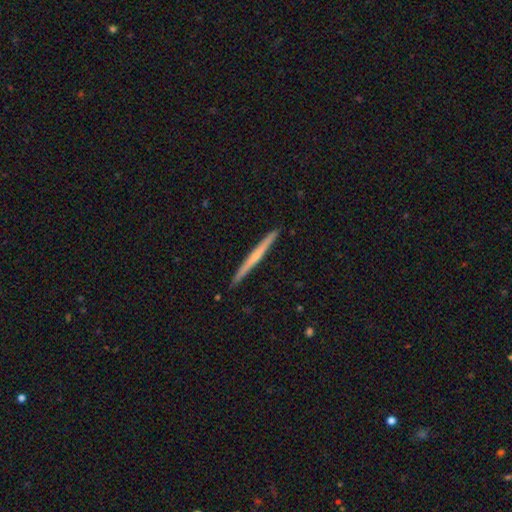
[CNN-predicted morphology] This is possibly a featured or disk galaxy (56%). It is clearly viewed edge-on (98%). Edge-on bulge: possibly none (60%). Merging: clearly none (92%).